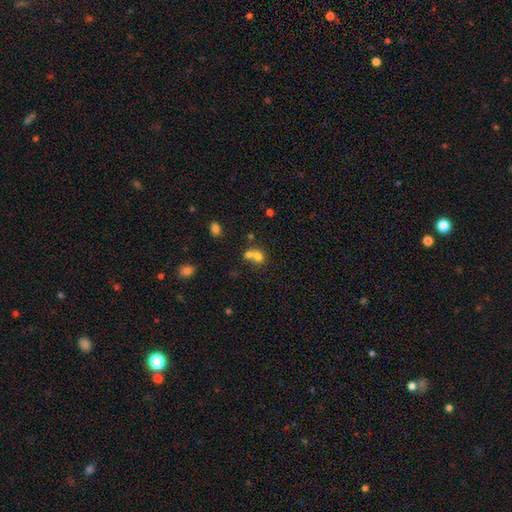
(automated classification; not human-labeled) smooth-or-featured: smooth: 72% | featured or disk: 16% | star or artifact: 13%
  how-rounded: round: 68% | in between: 31% | cigar-shaped: 1%
  merging: merger: 62% | none: 28% | minor disturbance: 6% | major disturbance: 3%